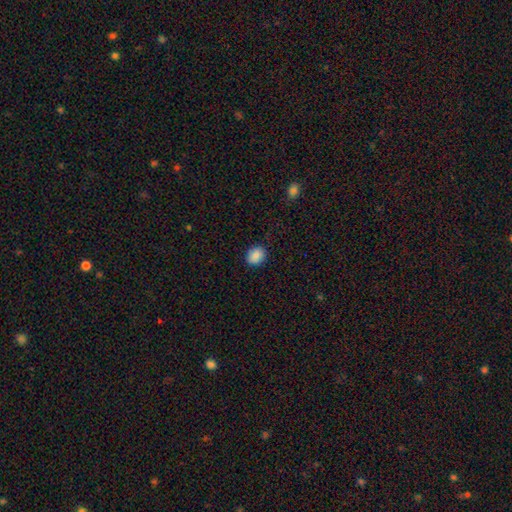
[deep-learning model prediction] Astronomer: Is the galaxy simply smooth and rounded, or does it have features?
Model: smooth — 88%.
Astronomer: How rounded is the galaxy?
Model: round — 58% (runner-up: in between, 41%).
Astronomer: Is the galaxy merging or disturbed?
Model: none — 87%.